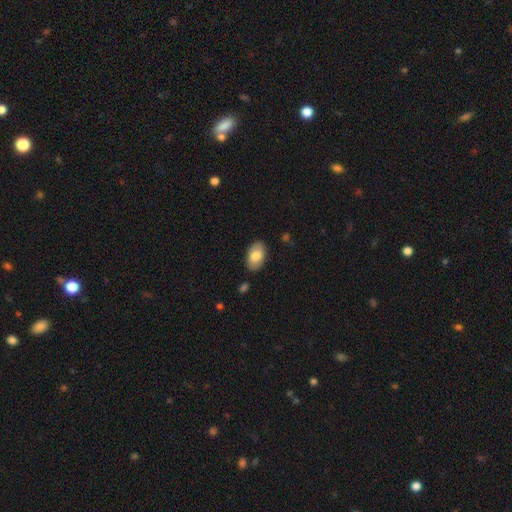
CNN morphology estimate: Overall: smooth (78%). How rounded: in between (93%). Merging: none (86%).